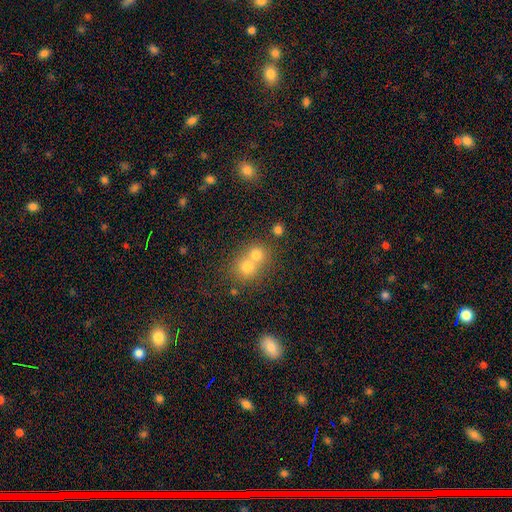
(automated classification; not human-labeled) smooth 70%, star or artifact 16%, featured or disk 14%. Down the decision tree: how rounded — round (81%); merging — merger (56%).